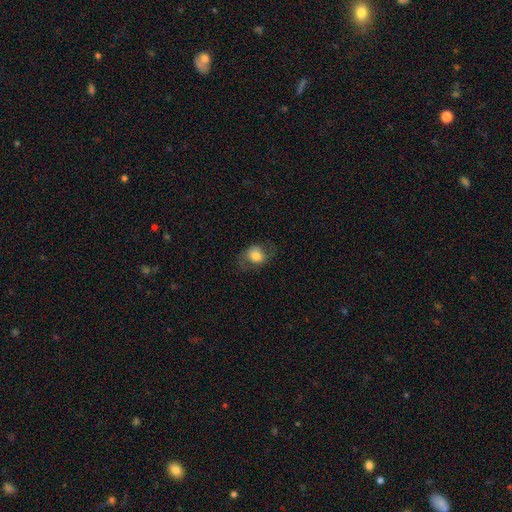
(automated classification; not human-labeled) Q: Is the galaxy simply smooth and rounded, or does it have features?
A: smooth — 68%.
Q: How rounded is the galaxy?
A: round — 51%.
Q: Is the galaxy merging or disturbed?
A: none — 64%.